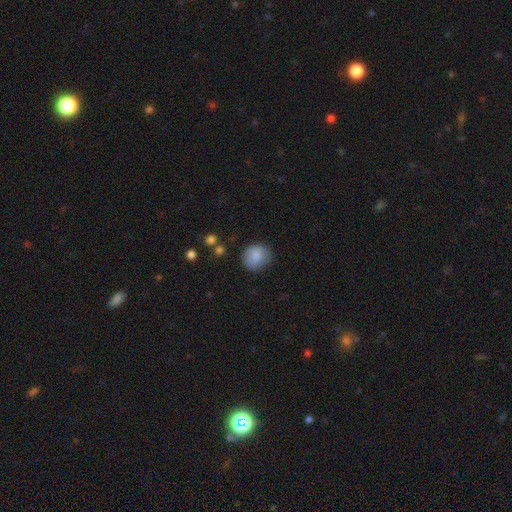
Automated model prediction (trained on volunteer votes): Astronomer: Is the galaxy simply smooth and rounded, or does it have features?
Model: smooth — 85%.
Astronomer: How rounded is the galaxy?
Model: round — 74%.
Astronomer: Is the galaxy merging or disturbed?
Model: none — 75%.